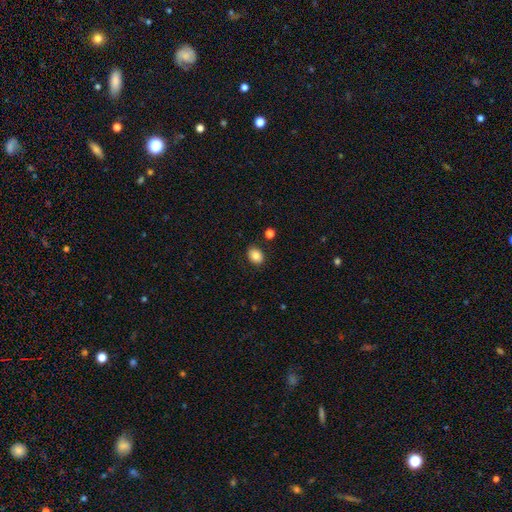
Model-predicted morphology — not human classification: This is clearly a smooth galaxy (84%). How rounded: likely in between (63%). Merging: clearly none (86%).